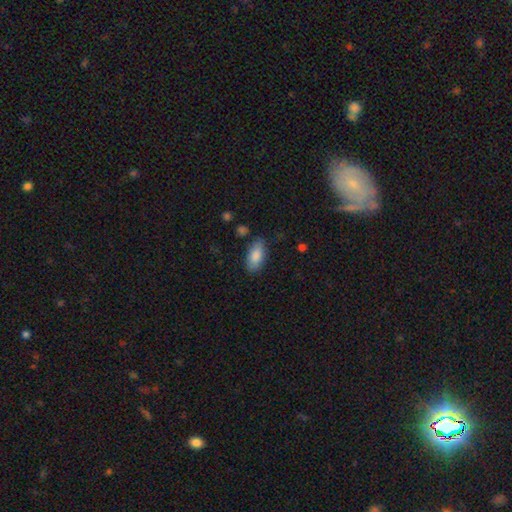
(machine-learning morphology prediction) smooth 86%, featured or disk 8%, star or artifact 6%. Down the decision tree: how rounded — in between (91%); merging — none (78%).